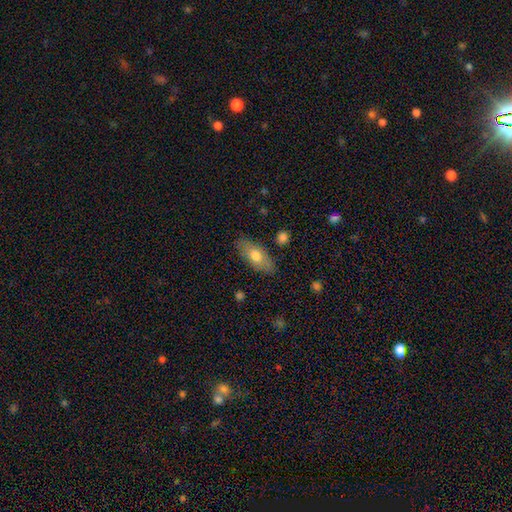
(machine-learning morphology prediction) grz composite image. It shows a smooth galaxy with no disk features (70%) that is in between round and cigar-shaped (85%). Merging: none (82%).